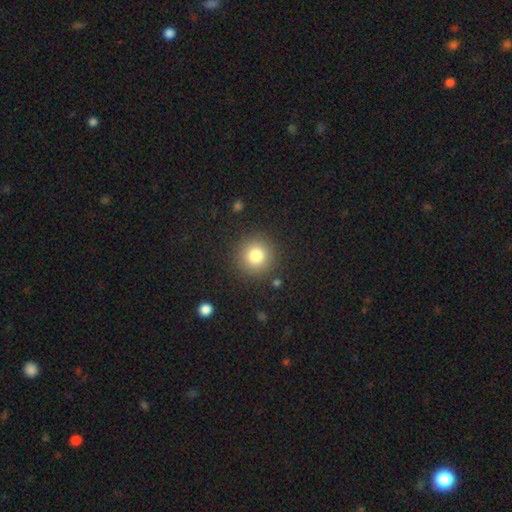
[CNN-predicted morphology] This is clearly a smooth galaxy (81%). How rounded: clearly round (95%). Merging: clearly none (89%).